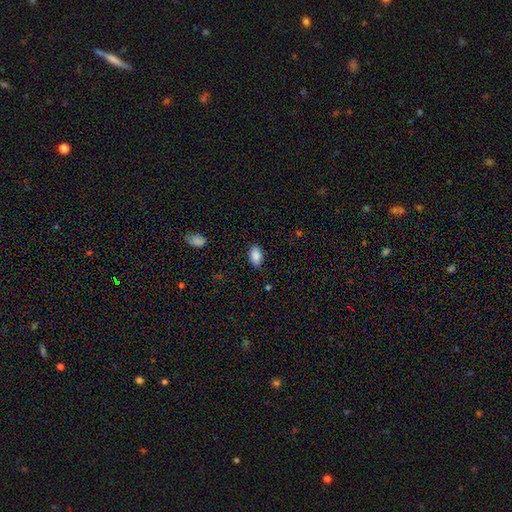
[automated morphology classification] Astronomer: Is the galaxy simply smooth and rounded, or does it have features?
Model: smooth — 88%.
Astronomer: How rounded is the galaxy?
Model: in between — 91%.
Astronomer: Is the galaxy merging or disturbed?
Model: none — 85%.